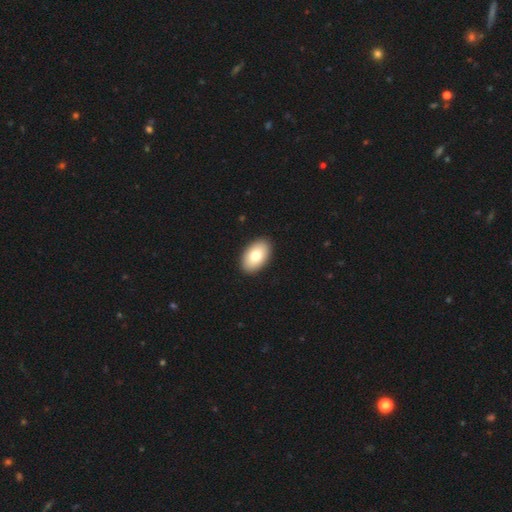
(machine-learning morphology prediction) The model was most divided on "smooth or featured": smooth: 78%, featured or disk: 15%, star or artifact: 7%. More confident: how rounded — in between (93%); merging — none (92%).